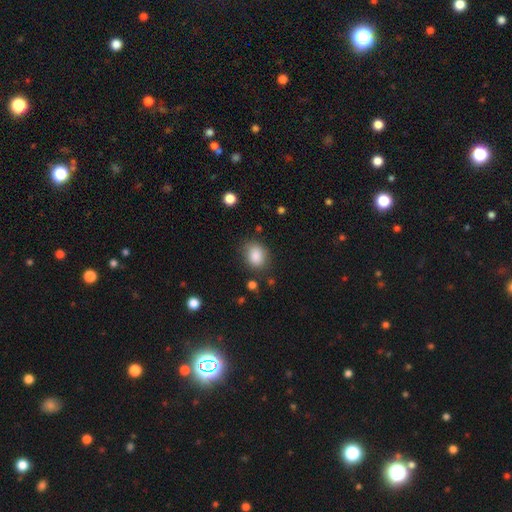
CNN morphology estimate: Q: Smooth or featured?
A: smooth (86%); runner-up: star or artifact (9%)
Q: How rounded?
A: in between (56%); runner-up: round (43%)
Q: Merging?
A: none (76%); runner-up: minor disturbance (17%)